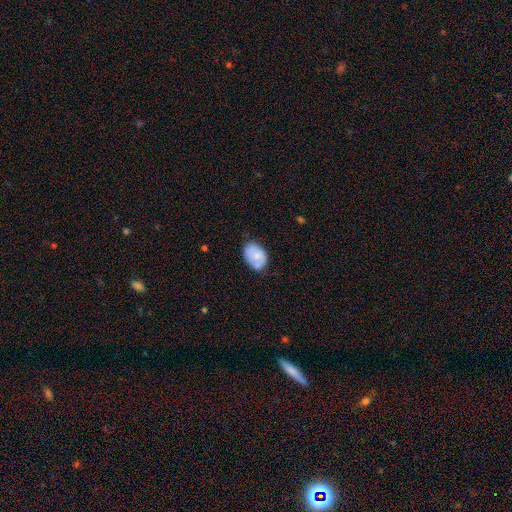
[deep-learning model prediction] Smooth or featured? smooth (70%)
How rounded? in between (80%)
Merging? none (58%)